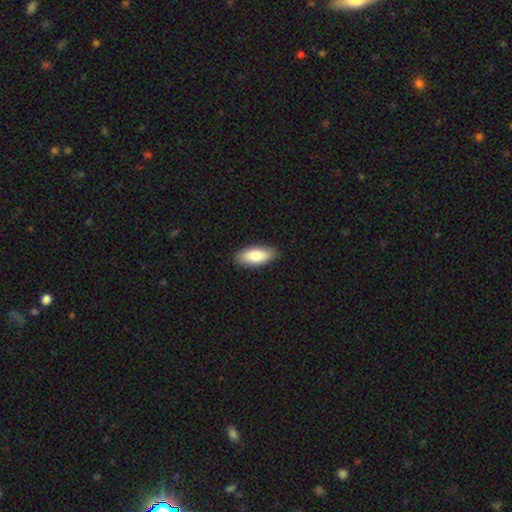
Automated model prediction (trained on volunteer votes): This appears to be a smooth galaxy with no disk features (83%) that is in between round and cigar-shaped (86%). Merging: none (89%).